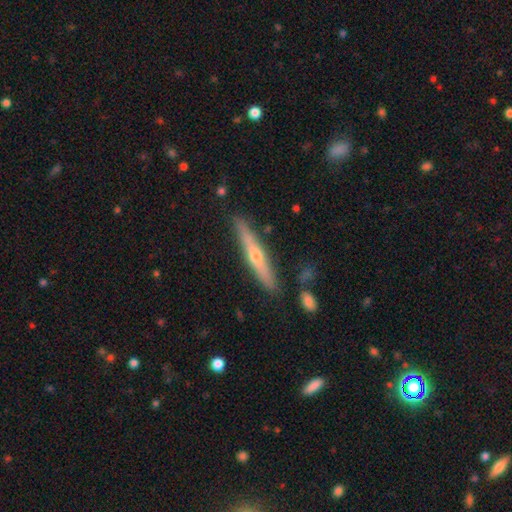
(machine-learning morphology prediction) This appears to be a featured or disk galaxy (62%) viewed edge-on (94%) with a rounded central bulge (83%). Merging: none (86%).